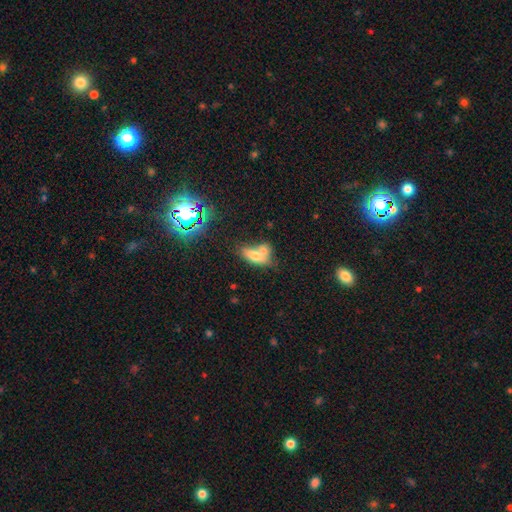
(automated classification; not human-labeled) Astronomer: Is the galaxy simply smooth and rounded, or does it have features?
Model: smooth — 66%.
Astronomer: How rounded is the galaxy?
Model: in between — 78%.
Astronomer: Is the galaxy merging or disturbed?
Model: merger — 52% (runner-up: none, 31%).